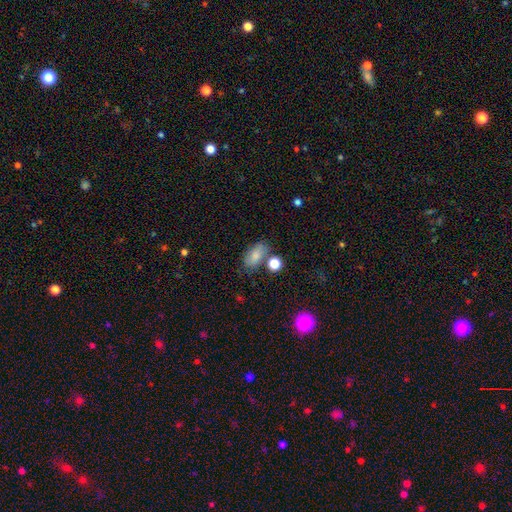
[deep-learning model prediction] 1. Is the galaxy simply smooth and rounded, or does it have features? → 78% smooth, 13% featured or disk, 10% star or artifact.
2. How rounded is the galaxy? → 87% in between, 9% round, 3% cigar-shaped.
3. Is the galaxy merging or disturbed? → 64% none, 18% minor disturbance, 12% merger, 6% major disturbance.